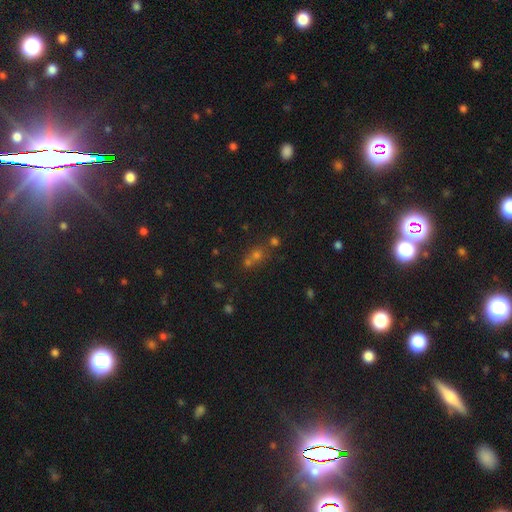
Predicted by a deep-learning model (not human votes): Smooth or featured?
  - smooth: 47% *
  - star or artifact: 40%
  - featured or disk: 13%
Merging?
  - none: 49% *
  - merger: 39%
  - minor disturbance: 8%
  - major disturbance: 4%